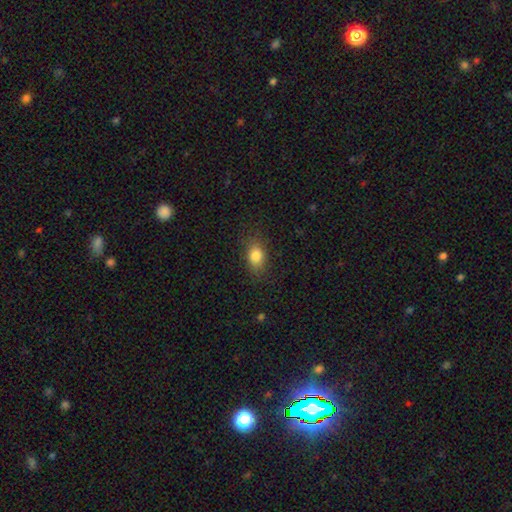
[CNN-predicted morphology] This is clearly a smooth galaxy (83%). How rounded: likely in between (77%). Merging: clearly none (81%).